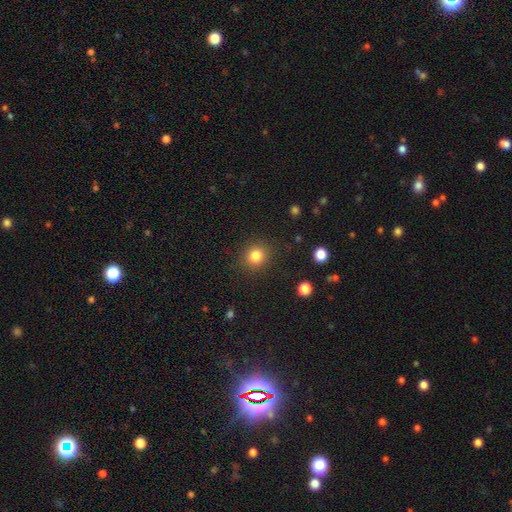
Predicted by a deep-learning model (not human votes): A smooth galaxy with no disk features (82%) that is round (86%).

Vote fractions:
- Smooth or featured? smooth: 82% / star or artifact: 12% / featured or disk: 6%
- How rounded? round: 86% / in between: 13% / cigar-shaped: 1%
- Merging? none: 89% / minor disturbance: 7% / major disturbance: 3% / merger: 1%